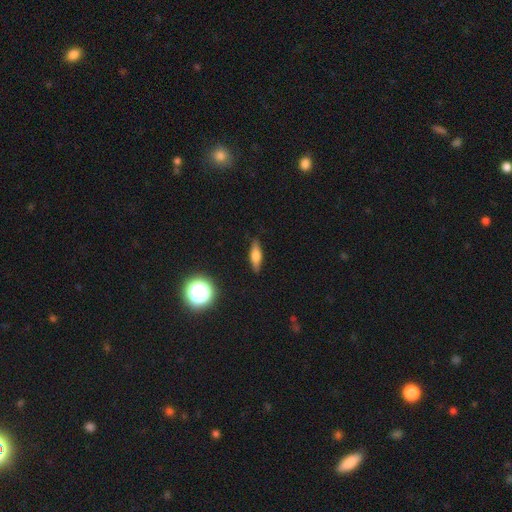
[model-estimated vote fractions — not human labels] A smooth galaxy with no disk features (60%) that is cigar-shaped (53%). Merging: none (85%).